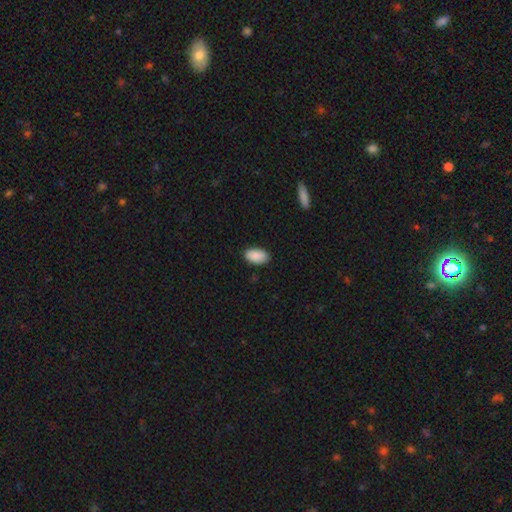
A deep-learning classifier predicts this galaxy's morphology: Smooth or featured?
  - smooth: 91% *
  - star or artifact: 6%
  - featured or disk: 3%
How rounded?
  - in between: 95% *
  - round: 3%
  - cigar-shaped: 2%
Merging?
  - none: 87% *
  - minor disturbance: 10%
  - major disturbance: 2%
  - merger: 1%